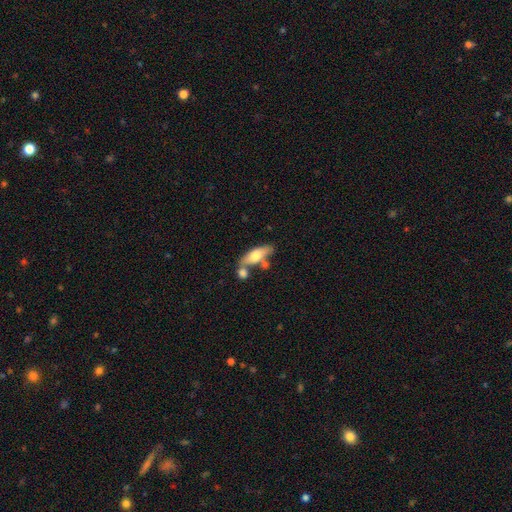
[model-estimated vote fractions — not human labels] A smooth galaxy with no disk features (62%) that is in between round and cigar-shaped (63%).

Vote fractions:
- Smooth or featured? smooth: 62% / featured or disk: 31% / star or artifact: 6%
- How rounded? in between: 63% / cigar-shaped: 34% / round: 3%
- Merging? none: 50% / merger: 28% / minor disturbance: 16% / major disturbance: 6%